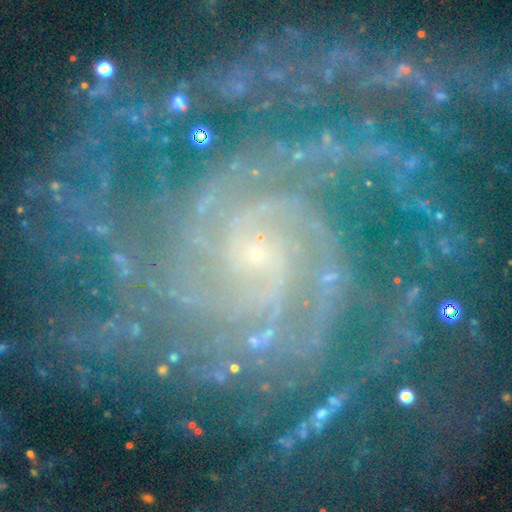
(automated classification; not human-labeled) This appears to be a featured or disk galaxy (89%) with no bar (63%), more than 4 (21%) tight (69%) spiral arms (99%) and a small central bulge (80%). Merging: none (66%).